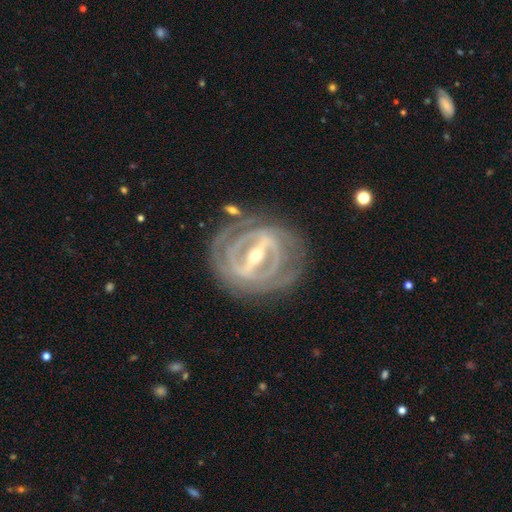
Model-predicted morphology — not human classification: This appears to be a featured or disk galaxy (91%) with a strong bar (86%), 2 (38%) tight (77%) spiral arms (87%) and a moderate central bulge (53%). Merging: none (80%).